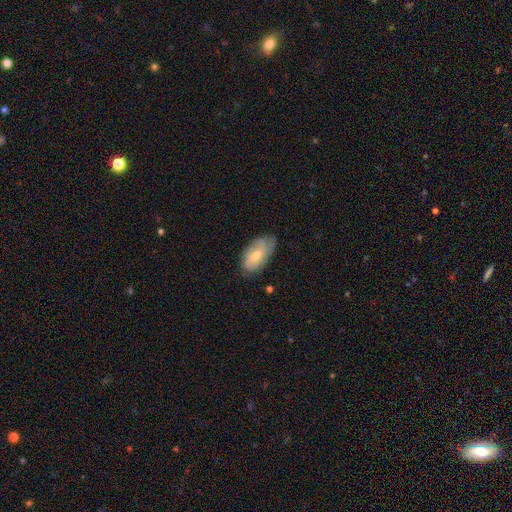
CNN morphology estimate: The model was most divided on "smooth or featured": smooth: 55%, featured or disk: 38%, star or artifact: 7%. More confident: how rounded — in between (92%); merging — none (66%).